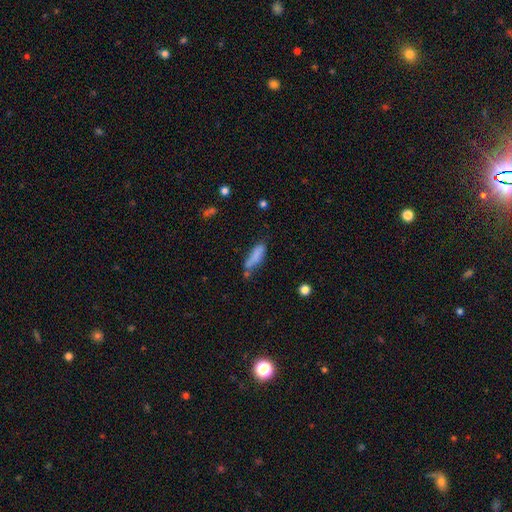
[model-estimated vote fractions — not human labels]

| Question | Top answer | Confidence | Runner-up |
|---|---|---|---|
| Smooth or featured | smooth | 77% | featured or disk (15%) |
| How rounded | cigar-shaped | 53% | in between (45%) |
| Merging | none | 44% | minor disturbance (28%) |